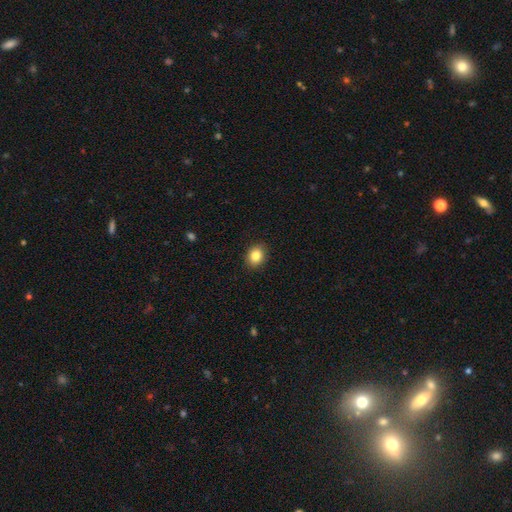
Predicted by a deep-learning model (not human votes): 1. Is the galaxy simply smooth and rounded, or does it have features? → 85% smooth, 9% star or artifact, 6% featured or disk.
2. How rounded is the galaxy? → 51% round, 48% in between, 1% cigar-shaped.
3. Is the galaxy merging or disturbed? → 89% none, 8% minor disturbance, 2% major disturbance, 1% merger.